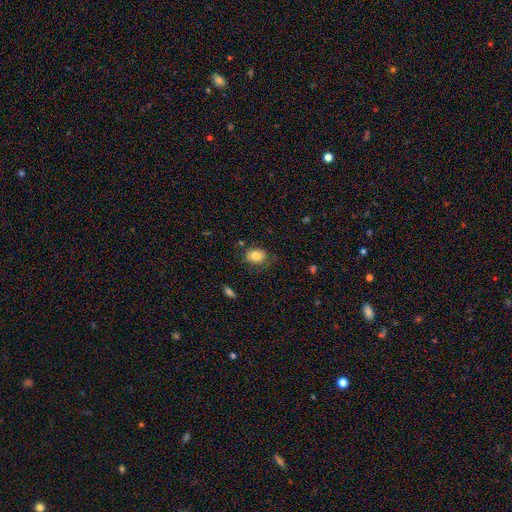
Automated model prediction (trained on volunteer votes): Smooth or featured? smooth (83%)
How rounded? in between (66%)
Merging? none (71%)